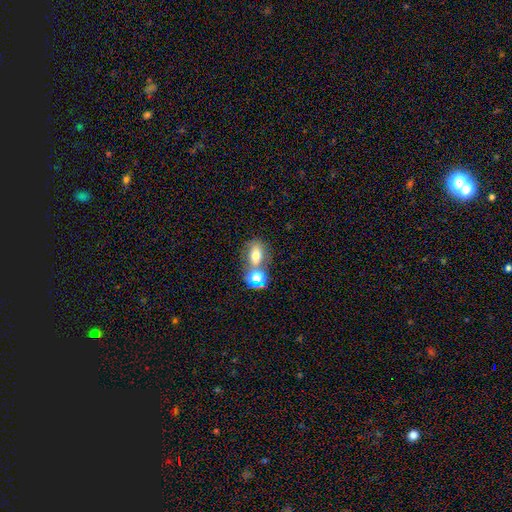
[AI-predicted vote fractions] smooth-or-featured: smooth: 67% | featured or disk: 18% | star or artifact: 15%
  how-rounded: in between: 72% | round: 25% | cigar-shaped: 3%
  merging: merger: 45% | none: 40% | minor disturbance: 10% | major disturbance: 5%